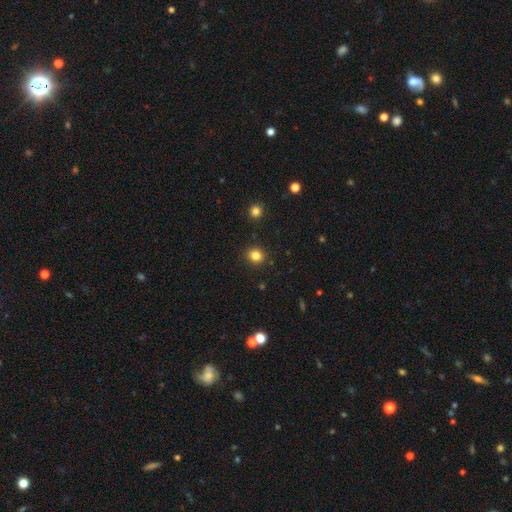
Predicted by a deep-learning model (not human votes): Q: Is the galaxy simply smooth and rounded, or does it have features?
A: smooth — 82%.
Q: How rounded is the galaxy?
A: round — 87%.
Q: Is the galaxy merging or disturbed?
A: none — 91%.